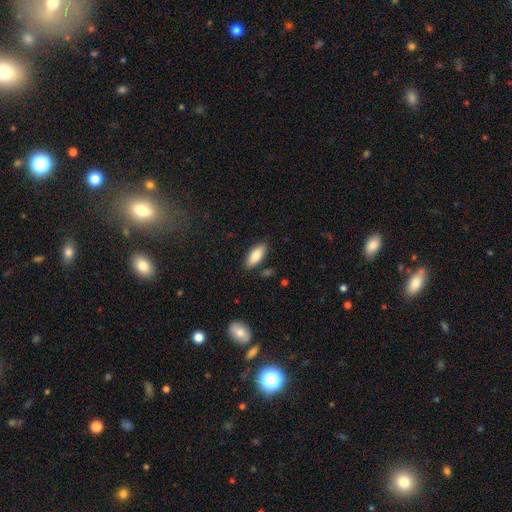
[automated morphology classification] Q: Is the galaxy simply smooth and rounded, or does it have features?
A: smooth — 82%.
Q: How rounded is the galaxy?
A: in between — 80%.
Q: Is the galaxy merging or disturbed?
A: none — 84%.